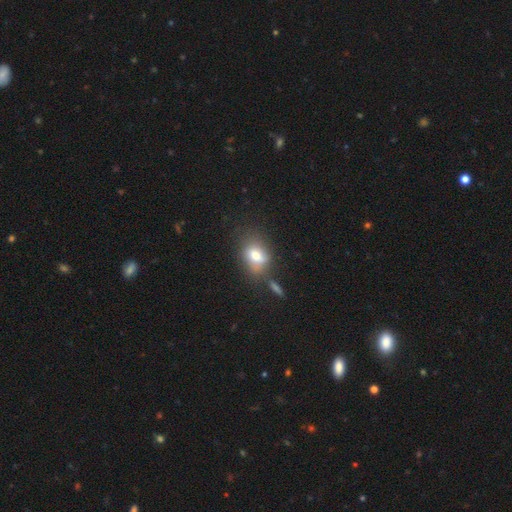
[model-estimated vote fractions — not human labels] smooth-or-featured: smooth: 74% | featured or disk: 16% | star or artifact: 10%
  how-rounded: in between: 73% | round: 25% | cigar-shaped: 2%
  merging: none: 52% | minor disturbance: 21% | merger: 16% | major disturbance: 10%